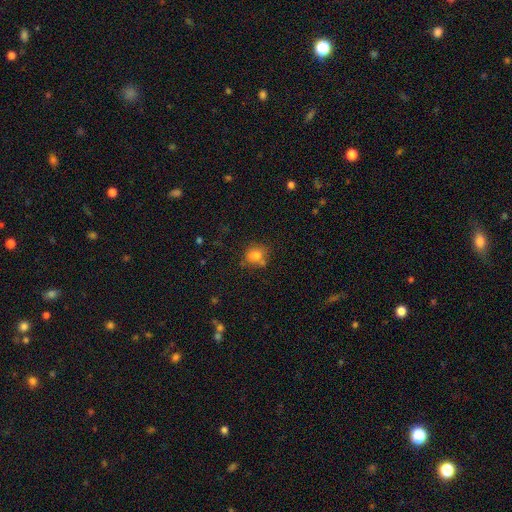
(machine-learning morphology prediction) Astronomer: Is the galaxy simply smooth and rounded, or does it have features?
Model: smooth — 78%.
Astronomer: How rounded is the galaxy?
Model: round — 65%.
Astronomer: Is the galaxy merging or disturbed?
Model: none — 62%.